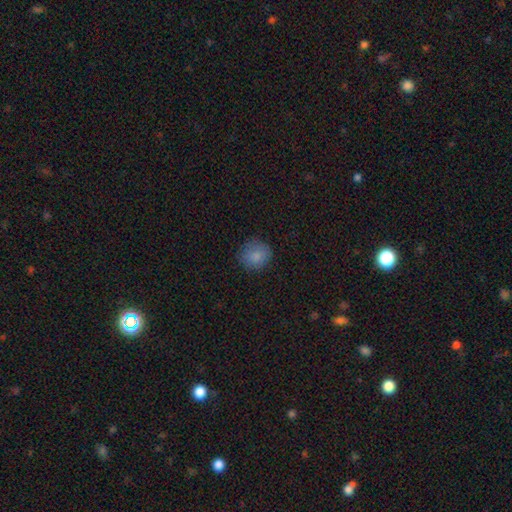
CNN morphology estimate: type=smooth (85%); roundness=round (85%); merging=none (83%).